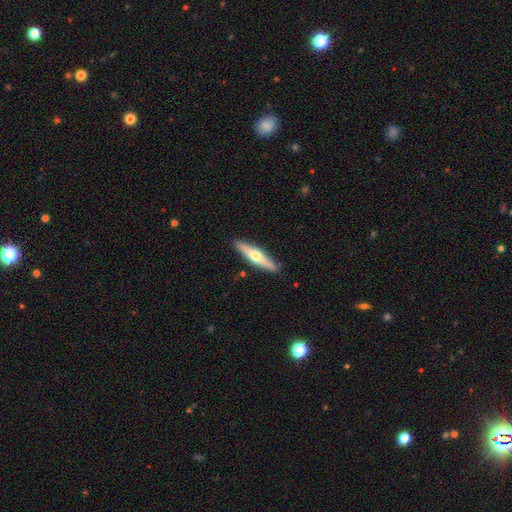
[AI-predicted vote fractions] A featured or disk galaxy (50%).

Vote fractions:
- Smooth or featured? featured or disk: 50% / smooth: 45% / star or artifact: 5%
- Merging? none: 88% / minor disturbance: 9% / major disturbance: 2% / merger: 1%